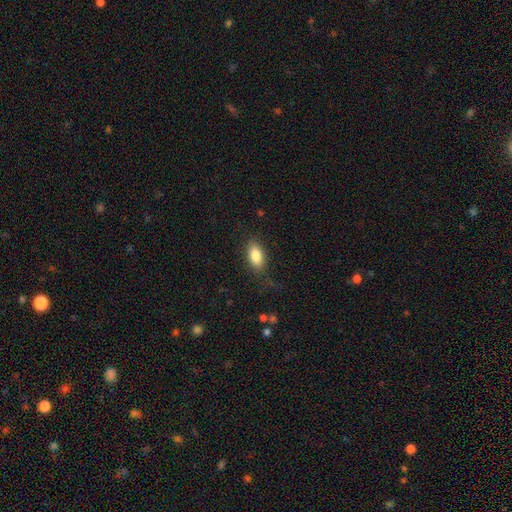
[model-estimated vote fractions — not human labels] Smooth or featured? smooth (84%)
How rounded? in between (89%)
Merging? none (81%)